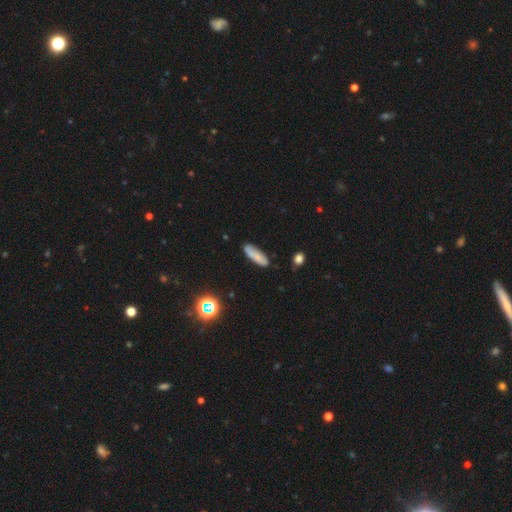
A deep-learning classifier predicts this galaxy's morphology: A smooth galaxy with no disk features (77%) that is cigar-shaped (59%).

Vote fractions:
- Smooth or featured? smooth: 77% / featured or disk: 15% / star or artifact: 8%
- How rounded? cigar-shaped: 59% / in between: 39% / round: 2%
- Merging? none: 81% / minor disturbance: 15% / major disturbance: 3% / merger: 2%